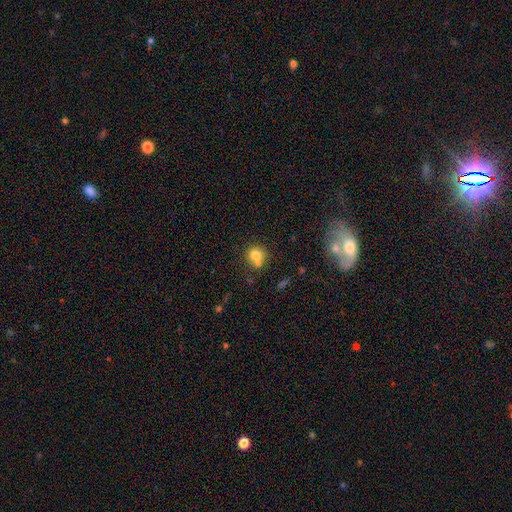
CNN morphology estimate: Q: Smooth or featured?
A: smooth (77%); runner-up: star or artifact (12%)
Q: How rounded?
A: round (84%); runner-up: in between (15%)
Q: Merging?
A: none (55%); runner-up: merger (28%)